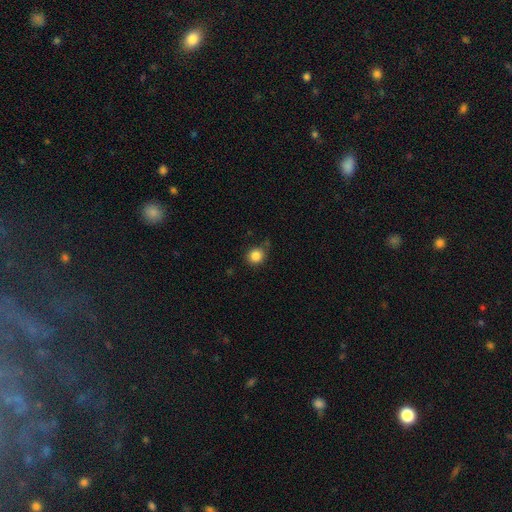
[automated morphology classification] smooth_or_featured: smooth (p=0.86) [alt: star or artifact p=0.10]
how_rounded: round (p=0.87) [alt: in between p=0.12]
merging: none (p=0.75) [alt: minor disturbance p=0.17]